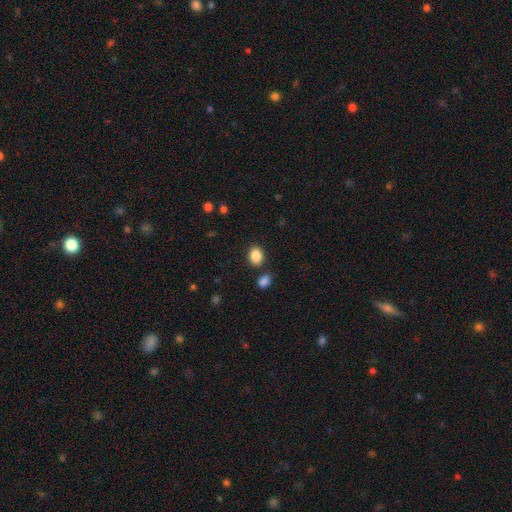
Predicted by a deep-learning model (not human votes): This appears to be a smooth galaxy with no disk features (86%) that is in between round and cigar-shaped (65%). Merging: none (80%).